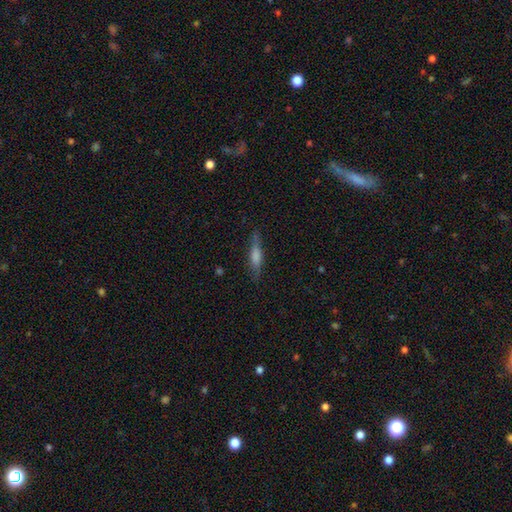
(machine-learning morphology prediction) This is possibly a featured or disk galaxy (50%). It is clearly viewed edge-on (92%). Merging: clearly none (81%).